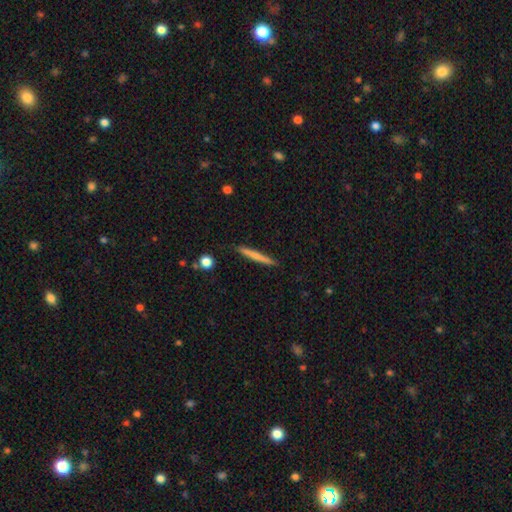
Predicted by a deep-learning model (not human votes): Overall: smooth (64%; featured or disk 30%). How rounded: cigar-shaped (96%). Merging: none (90%).